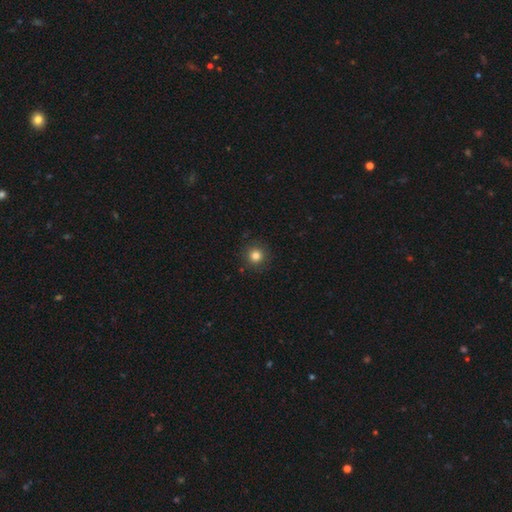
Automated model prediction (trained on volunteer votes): This is clearly a smooth galaxy (82%). How rounded: clearly round (95%). Merging: clearly none (90%).